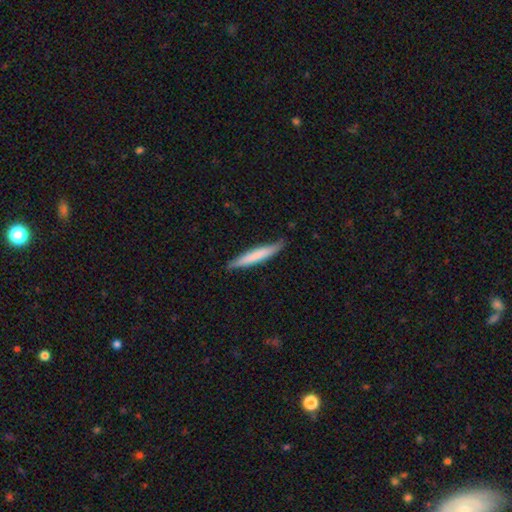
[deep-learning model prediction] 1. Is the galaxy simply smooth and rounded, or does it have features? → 71% smooth, 24% featured or disk, 5% star or artifact.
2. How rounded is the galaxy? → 94% cigar-shaped, 5% in between, 1% round.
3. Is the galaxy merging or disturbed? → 82% none, 15% minor disturbance, 2% major disturbance, 1% merger.